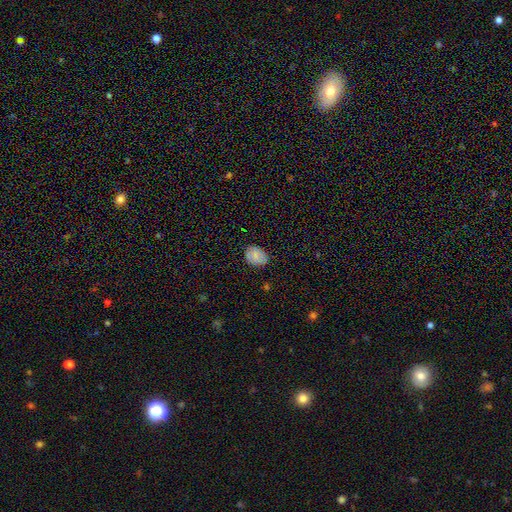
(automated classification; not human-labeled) smooth_or_featured: smooth (p=0.79) [alt: featured or disk p=0.11]
how_rounded: in between (p=0.63) [alt: round p=0.36]
merging: none (p=0.82) [alt: minor disturbance p=0.15]